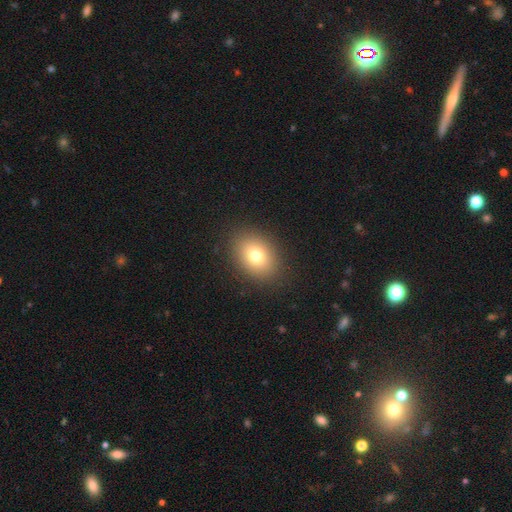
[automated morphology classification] A smooth galaxy with no disk features (76%) that is in between round and cigar-shaped (64%). Merging: none (88%).